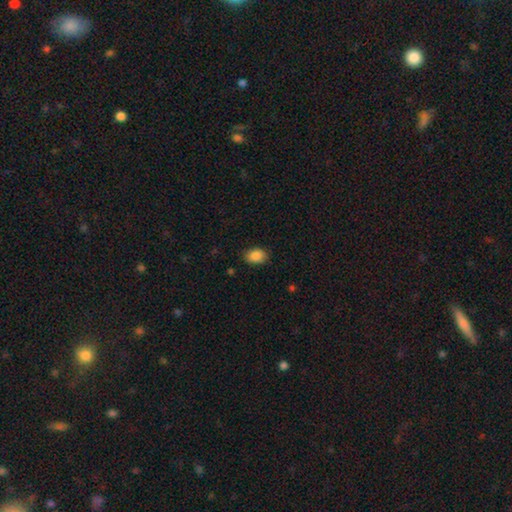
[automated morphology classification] Smooth or featured? smooth (88%)
How rounded? in between (80%)
Merging? none (85%)